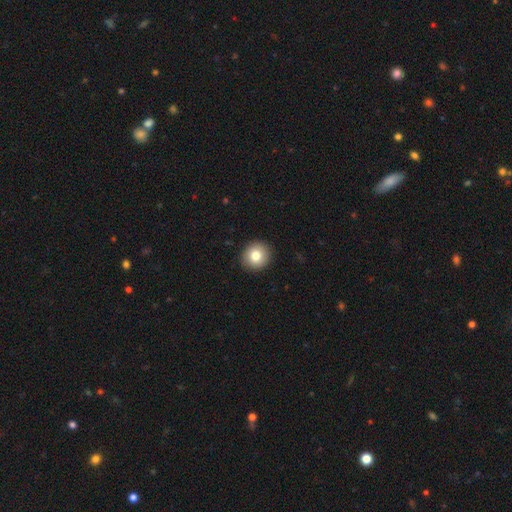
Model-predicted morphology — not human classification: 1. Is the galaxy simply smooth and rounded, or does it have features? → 81% smooth, 10% featured or disk, 9% star or artifact.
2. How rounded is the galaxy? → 89% round, 10% in between, 1% cigar-shaped.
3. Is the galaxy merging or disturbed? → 92% none, 6% minor disturbance, 2% major disturbance, 1% merger.